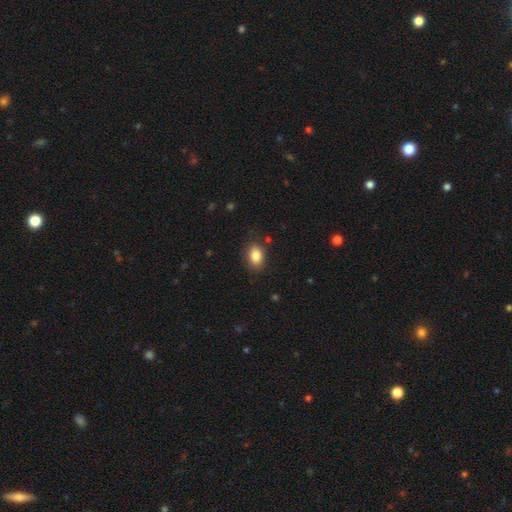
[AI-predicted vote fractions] Q: Smooth or featured?
A: smooth (86%); runner-up: star or artifact (8%)
Q: How rounded?
A: in between (83%); runner-up: round (15%)
Q: Merging?
A: none (83%); runner-up: minor disturbance (12%)